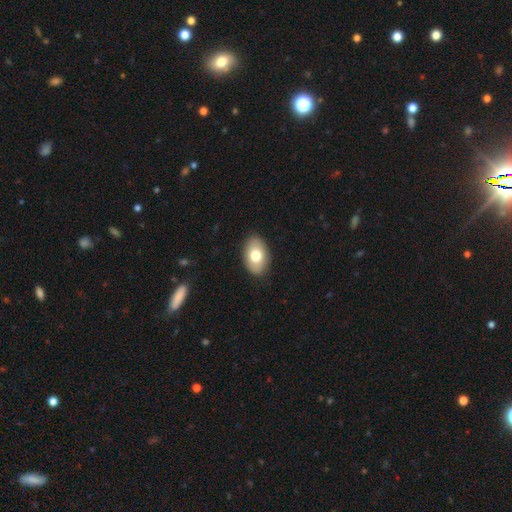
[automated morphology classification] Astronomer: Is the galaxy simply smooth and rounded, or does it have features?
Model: smooth — 75%.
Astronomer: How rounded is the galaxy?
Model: in between — 90%.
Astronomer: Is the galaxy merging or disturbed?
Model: none — 88%.